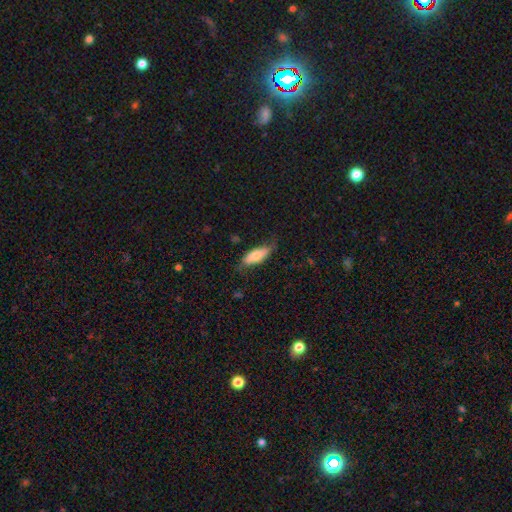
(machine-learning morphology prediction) Q: Smooth or featured?
A: smooth (72%); runner-up: featured or disk (22%)
Q: How rounded?
A: in between (71%); runner-up: cigar-shaped (27%)
Q: Merging?
A: none (62%); runner-up: minor disturbance (27%)